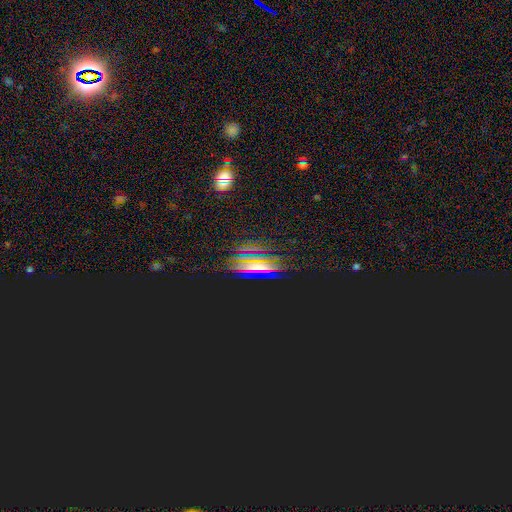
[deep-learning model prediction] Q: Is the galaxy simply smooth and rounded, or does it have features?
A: star or artifact — 56%.